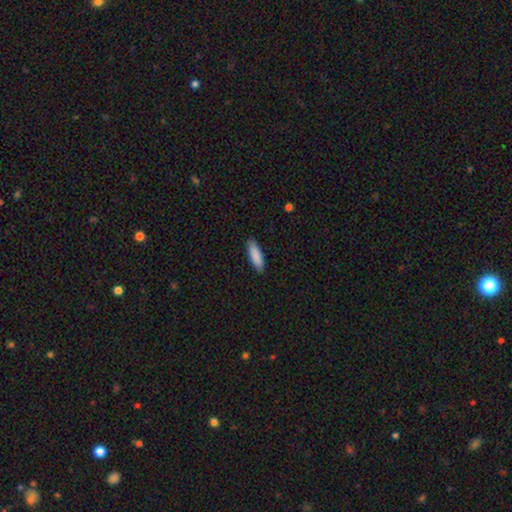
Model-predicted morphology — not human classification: smooth-or-featured: smooth: 89% | featured or disk: 6% | star or artifact: 5%
  how-rounded: in between: 51% | cigar-shaped: 48% | round: 1%
  merging: none: 88% | minor disturbance: 9% | major disturbance: 2% | merger: 1%